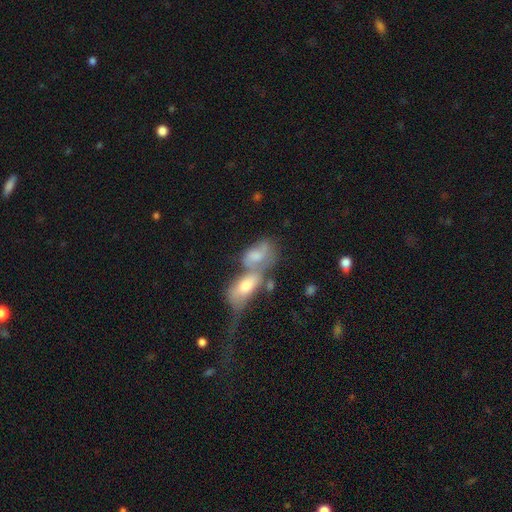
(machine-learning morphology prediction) smooth_or_featured: smooth (p=0.56) [alt: featured or disk p=0.35]
how_rounded: in between (p=0.86) [alt: round p=0.09]
merging: merger (p=0.64) [alt: none p=0.16]